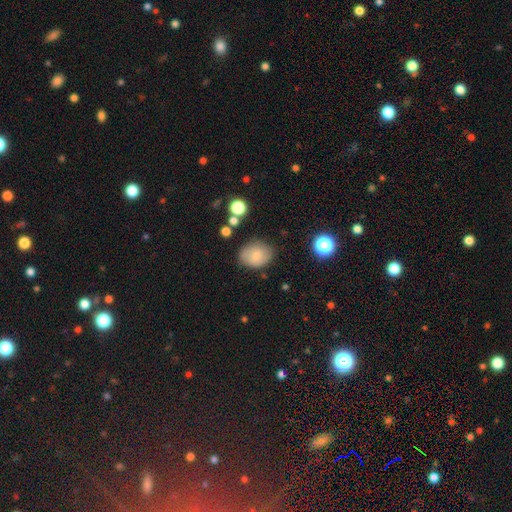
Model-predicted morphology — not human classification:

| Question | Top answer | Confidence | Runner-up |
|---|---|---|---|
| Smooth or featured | smooth | 77% | featured or disk (14%) |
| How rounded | in between | 63% | round (36%) |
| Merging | none | 73% | minor disturbance (20%) |